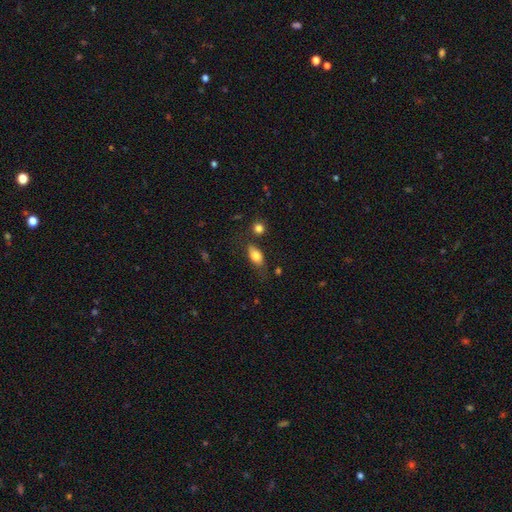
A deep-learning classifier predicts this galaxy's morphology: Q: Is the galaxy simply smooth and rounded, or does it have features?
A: smooth — 78%.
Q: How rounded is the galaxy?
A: in between — 86%.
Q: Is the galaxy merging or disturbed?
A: none — 65%.